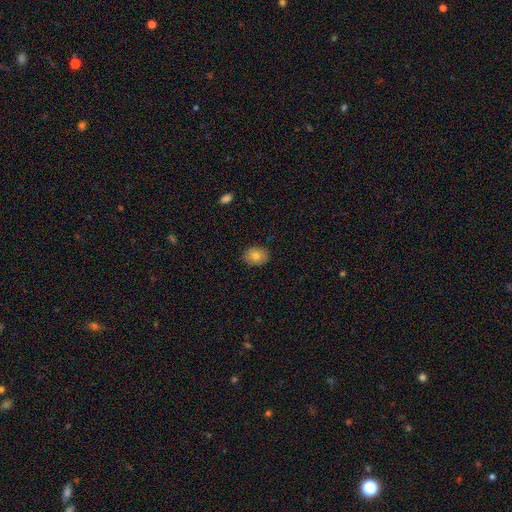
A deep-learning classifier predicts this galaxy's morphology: smooth 80%, featured or disk 12%, star or artifact 9%. Down the decision tree: how rounded — in between (59%); merging — none (88%).